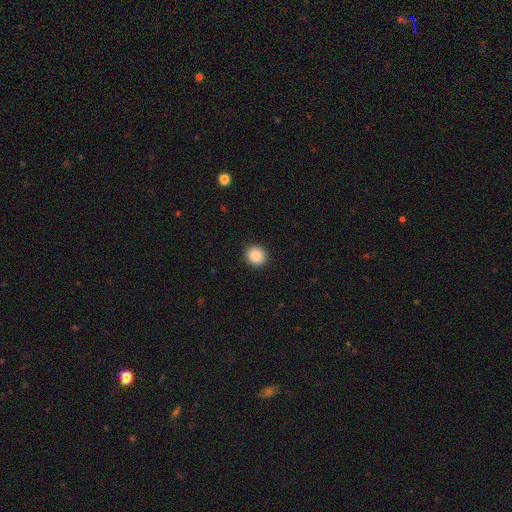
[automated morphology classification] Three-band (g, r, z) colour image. It shows a smooth galaxy with no disk features (88%) that is round (85%). Merging: none (92%).